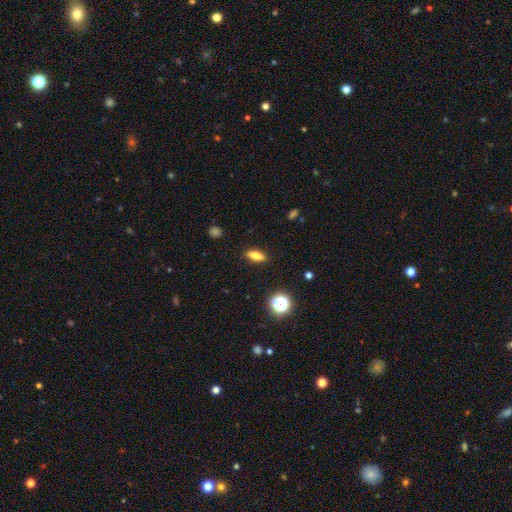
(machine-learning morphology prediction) This is likely a smooth galaxy (72%). How rounded: possibly in between (60%). Merging: clearly none (88%).